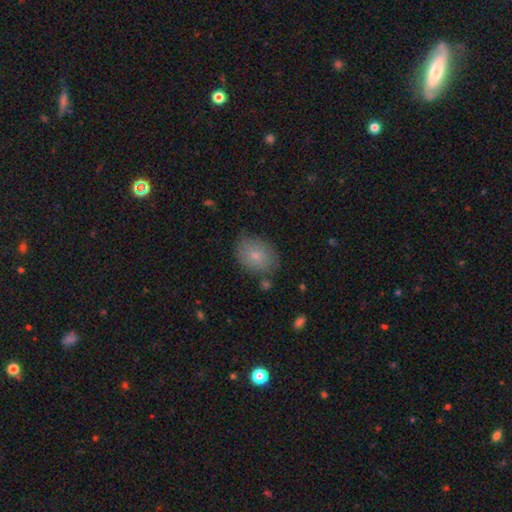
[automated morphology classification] Smooth or featured?
  - smooth: 78% *
  - featured or disk: 13%
  - star or artifact: 8%
How rounded?
  - in between: 69% *
  - round: 30%
  - cigar-shaped: 1%
Merging?
  - none: 75% *
  - minor disturbance: 17%
  - major disturbance: 4%
  - merger: 3%